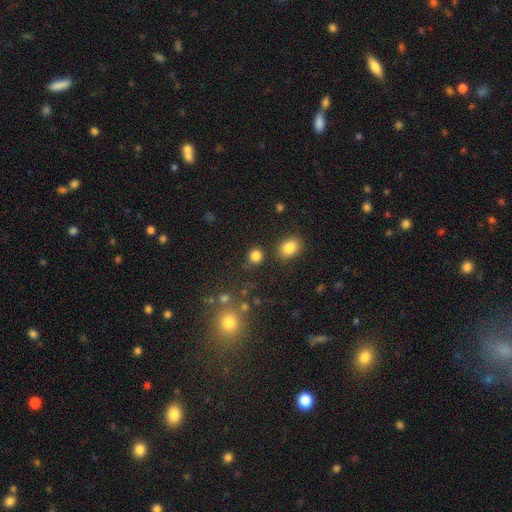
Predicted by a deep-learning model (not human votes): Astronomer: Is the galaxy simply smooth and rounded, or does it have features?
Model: smooth — 83%.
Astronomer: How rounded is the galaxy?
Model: round — 77%.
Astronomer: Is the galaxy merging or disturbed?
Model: none — 74%.